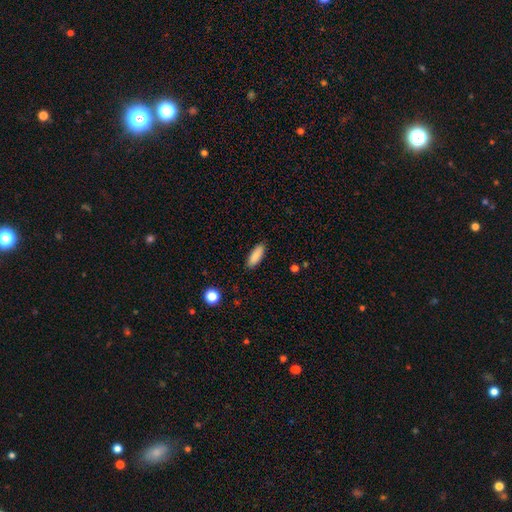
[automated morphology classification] smooth_or_featured: smooth (p=0.88) [alt: star or artifact p=0.07]
how_rounded: in between (p=0.61) [alt: cigar-shaped p=0.37]
merging: none (p=0.88) [alt: minor disturbance p=0.09]